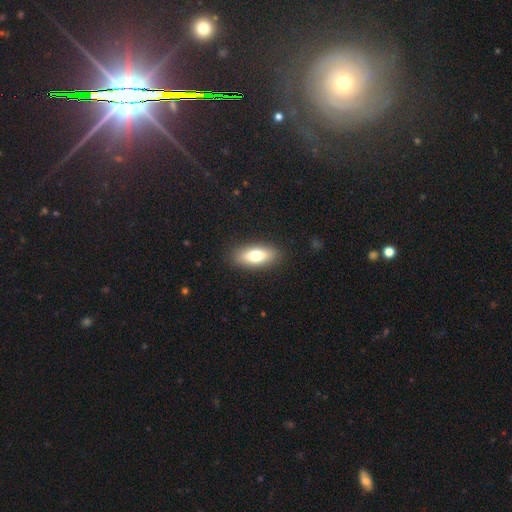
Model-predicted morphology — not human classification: This appears to be a smooth galaxy with no disk features (74%) that is in between round and cigar-shaped (77%). Merging: none (89%).